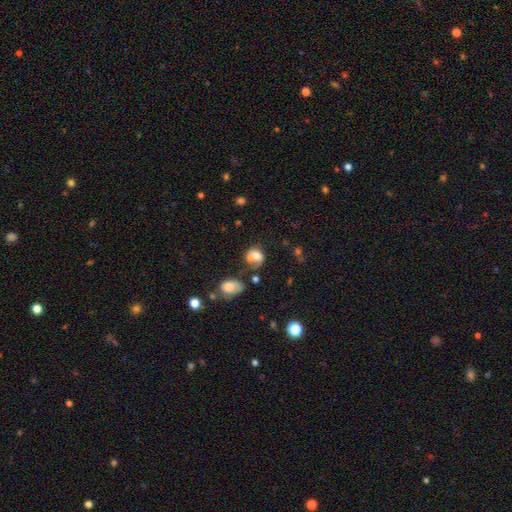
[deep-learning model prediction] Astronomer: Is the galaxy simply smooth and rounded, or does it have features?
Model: smooth — 70%.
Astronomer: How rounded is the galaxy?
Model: round — 62% (runner-up: in between, 37%).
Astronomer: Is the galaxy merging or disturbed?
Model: none — 39% (runner-up: minor disturbance, 28%).